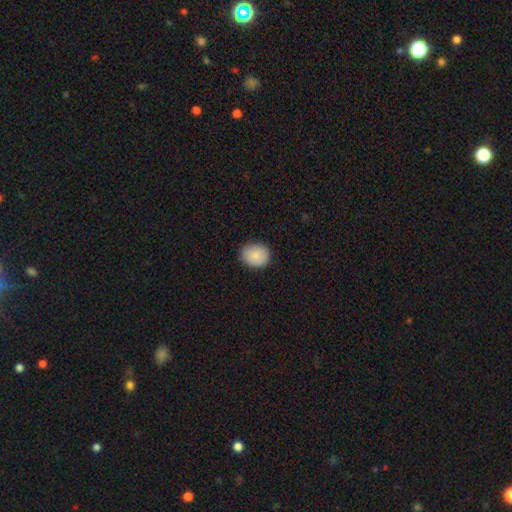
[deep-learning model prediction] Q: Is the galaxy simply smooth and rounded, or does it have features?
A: smooth — 87%.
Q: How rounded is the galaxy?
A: round — 65%.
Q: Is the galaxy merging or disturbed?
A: none — 86%.